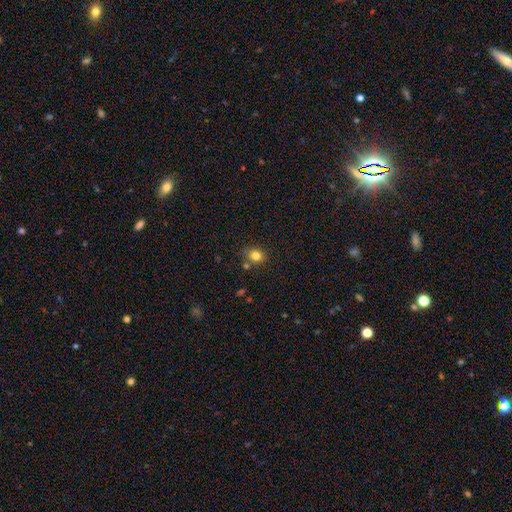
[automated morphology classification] smooth-or-featured: smooth: 81% | star or artifact: 11% | featured or disk: 7%
  how-rounded: round: 56% | in between: 43% | cigar-shaped: 1%
  merging: none: 72% | minor disturbance: 15% | merger: 10% | major disturbance: 4%